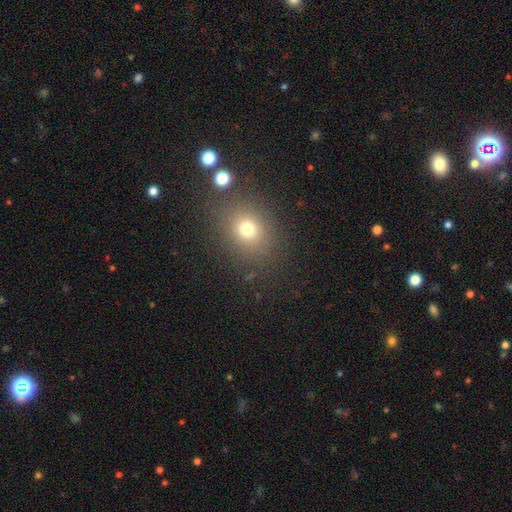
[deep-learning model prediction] The model was most divided on "smooth or featured": smooth: 60%, star or artifact: 31%, featured or disk: 9%. More confident: merging — none (85%); how rounded — round (67%).